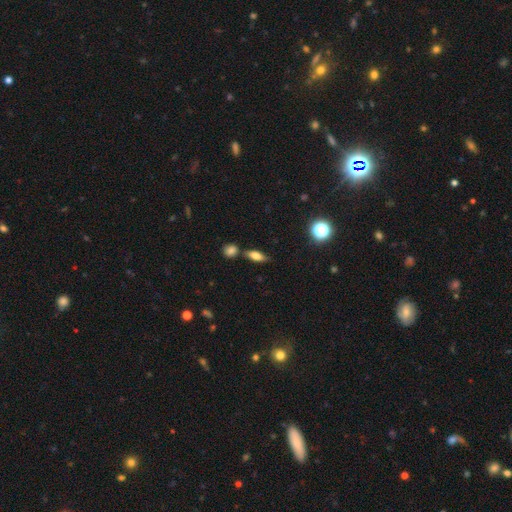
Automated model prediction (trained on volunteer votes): Smooth or featured?
  - smooth: 69% *
  - featured or disk: 21%
  - star or artifact: 10%
How rounded?
  - in between: 66% *
  - cigar-shaped: 28%
  - round: 6%
Merging?
  - none: 69% *
  - merger: 14%
  - minor disturbance: 14%
  - major disturbance: 4%